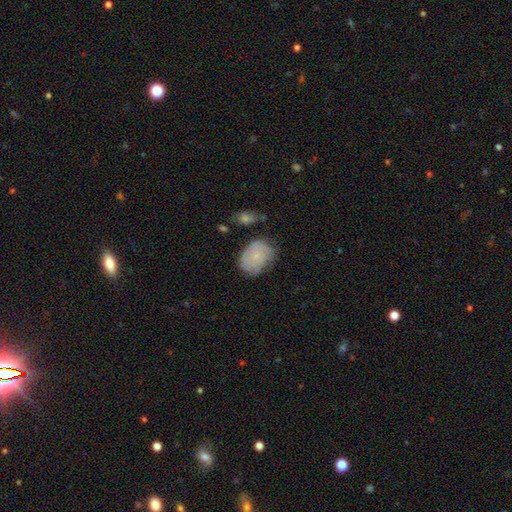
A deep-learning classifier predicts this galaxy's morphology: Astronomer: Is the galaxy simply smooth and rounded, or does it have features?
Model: smooth — 59%.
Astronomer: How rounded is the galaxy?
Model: in between — 70%.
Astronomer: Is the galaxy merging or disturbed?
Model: none — 59%.